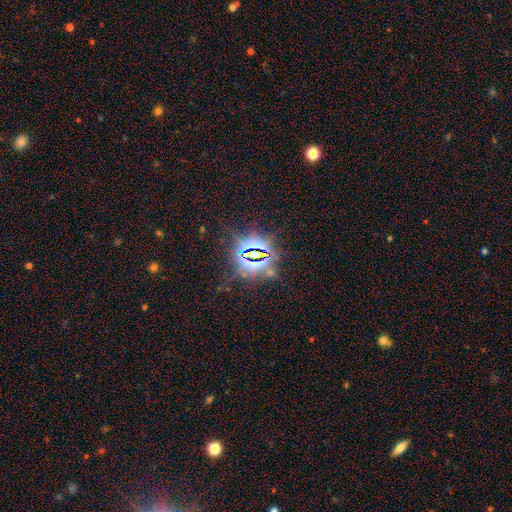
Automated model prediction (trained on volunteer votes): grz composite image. It shows a star or artifact, not a galaxy (84%).